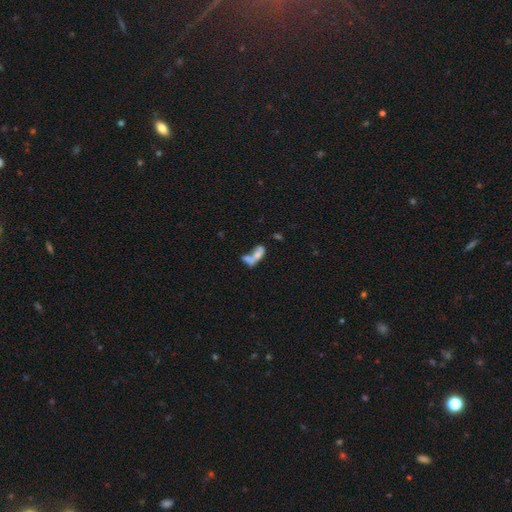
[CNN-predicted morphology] Smooth or featured? Predicted: smooth (p=0.58). How rounded? Predicted: in between (p=0.67). Merging? Predicted: merger (p=0.58).